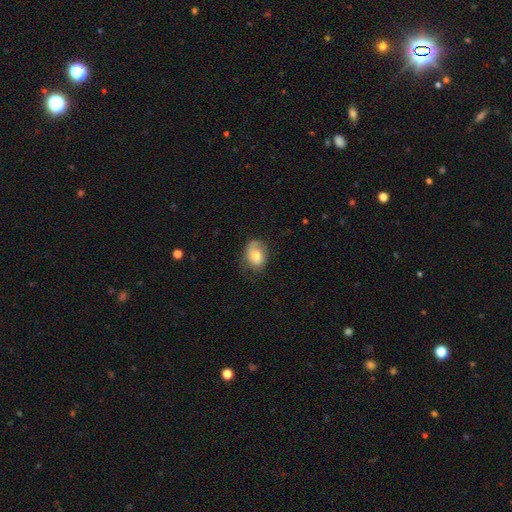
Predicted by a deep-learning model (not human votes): Smooth or featured? Predicted: smooth (p=0.70). How rounded? Predicted: in between (p=0.69). Merging? Predicted: none (p=0.61).